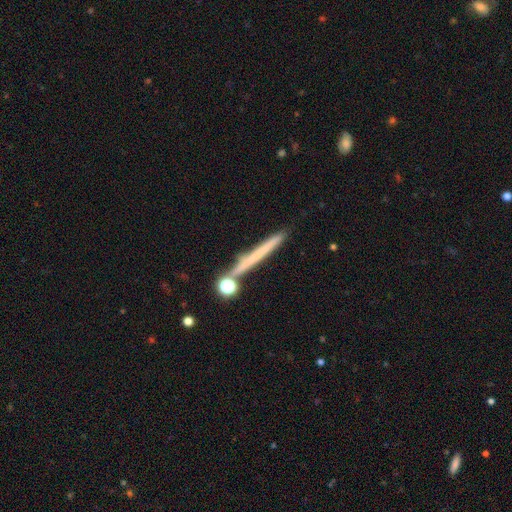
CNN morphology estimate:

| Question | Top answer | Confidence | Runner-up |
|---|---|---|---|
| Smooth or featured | smooth | 51% | featured or disk (40%) |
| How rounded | cigar-shaped | 95% | in between (3%) |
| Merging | none | 79% | minor disturbance (10%) |